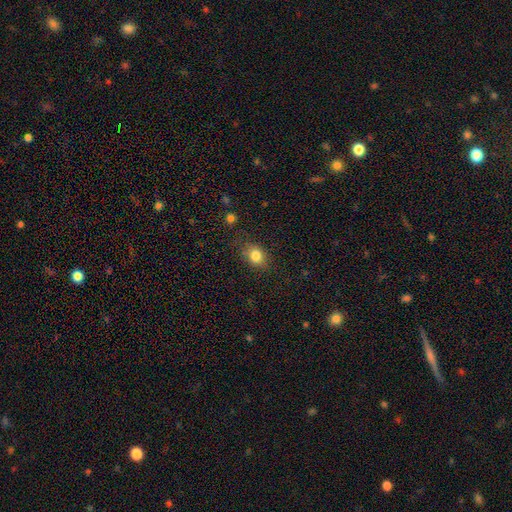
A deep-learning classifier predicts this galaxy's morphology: This appears to be a smooth galaxy with no disk features (82%) that is in between round and cigar-shaped (59%). Merging: none (74%).